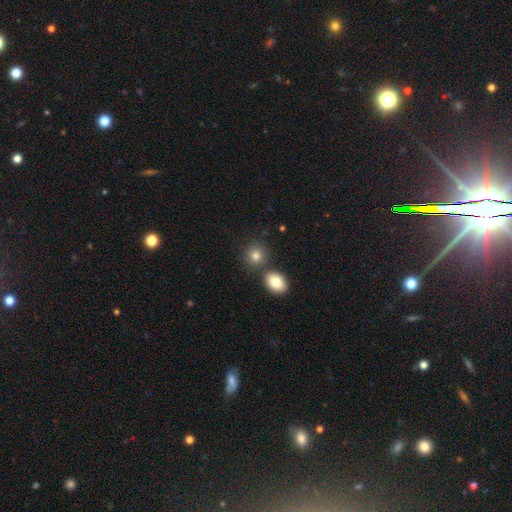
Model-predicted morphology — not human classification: Overall: smooth (81%). How rounded: round (79%). Merging: none (71%).